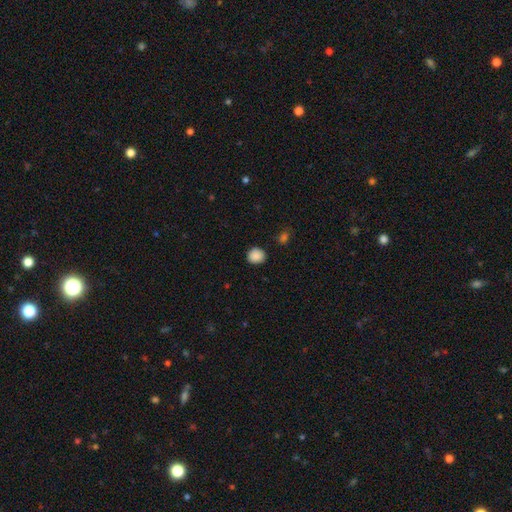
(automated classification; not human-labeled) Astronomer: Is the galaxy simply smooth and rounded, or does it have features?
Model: smooth — 88%.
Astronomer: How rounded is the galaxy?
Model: round — 86%.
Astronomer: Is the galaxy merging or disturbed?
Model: none — 89%.